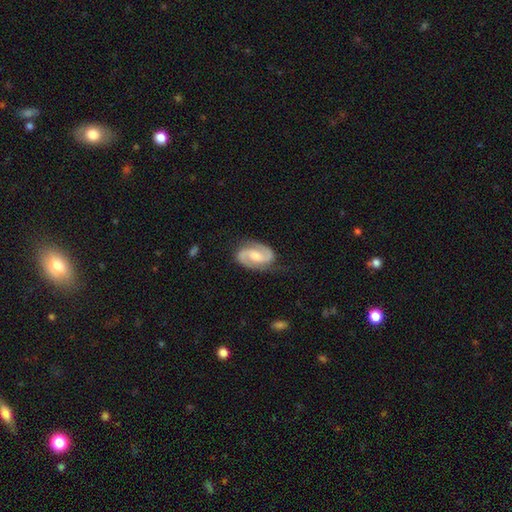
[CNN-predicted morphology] type=featured or disk (86%); edge-on=no (98%); bar=weak (46%); spiral arms=yes (97%); winding=medium (55%); arm count=2 (93%); bulge=moderate (51%); merging=none (79%).